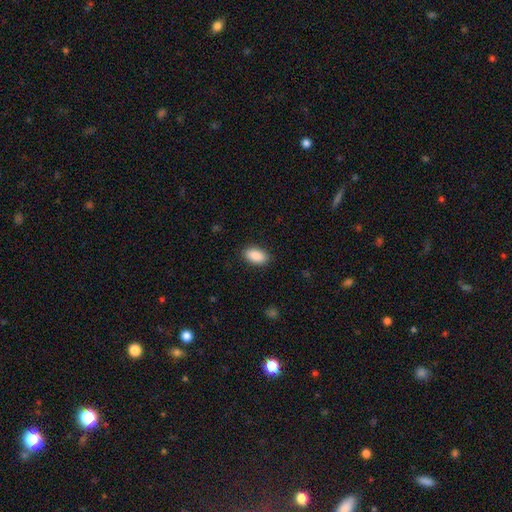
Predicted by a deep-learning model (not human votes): Smooth or featured: smooth — 90% (star or artifact — 7%)
How rounded: in between — 93% (round — 5%)
Merging: none — 88% (minor disturbance — 8%)